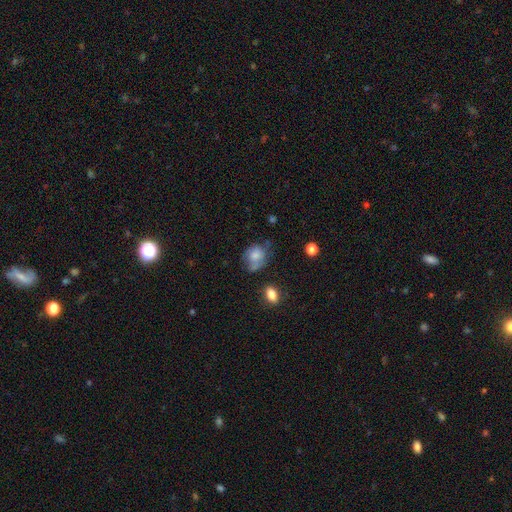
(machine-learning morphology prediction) This is likely a smooth galaxy (68%). How rounded: possibly round (54%). Merging: marginally none (44%).